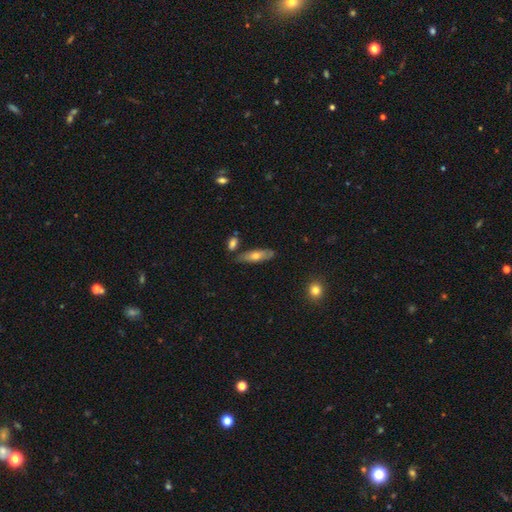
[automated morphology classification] Smooth or featured? Predicted: smooth (p=0.58). How rounded? Predicted: in between (p=0.53). Merging? Predicted: none (p=0.73).